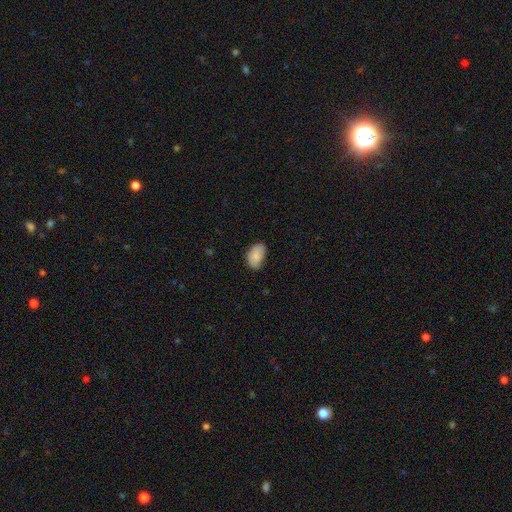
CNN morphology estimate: Smooth or featured? Predicted: smooth (p=0.86). How rounded? Predicted: in between (p=0.91). Merging? Predicted: none (p=0.69).